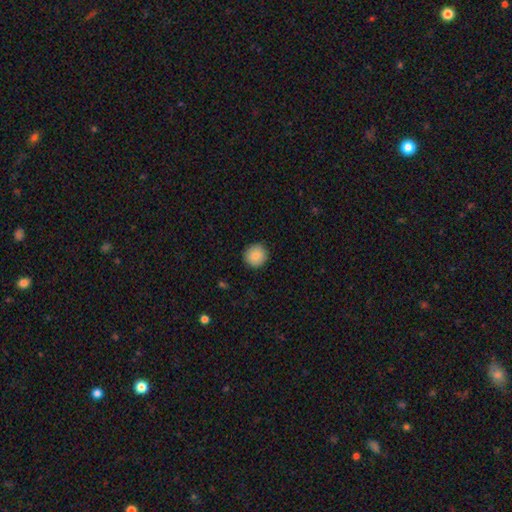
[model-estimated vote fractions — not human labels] A smooth galaxy with no disk features (86%) that is round (93%). Merging: none (91%).